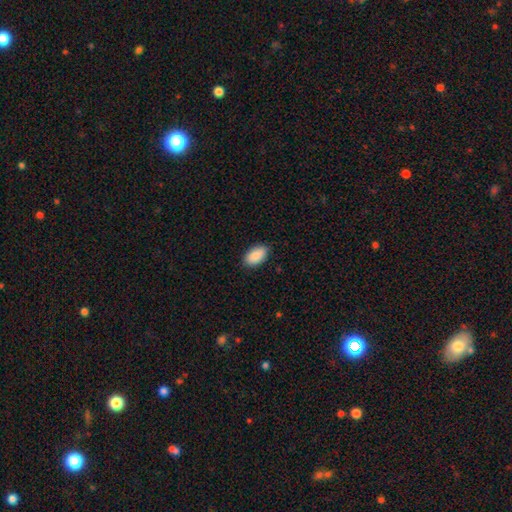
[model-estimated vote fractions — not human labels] smooth_or_featured: smooth (p=0.89) [alt: star or artifact p=0.06]
how_rounded: in between (p=0.95) [alt: round p=0.04]
merging: none (p=0.86) [alt: minor disturbance p=0.11]